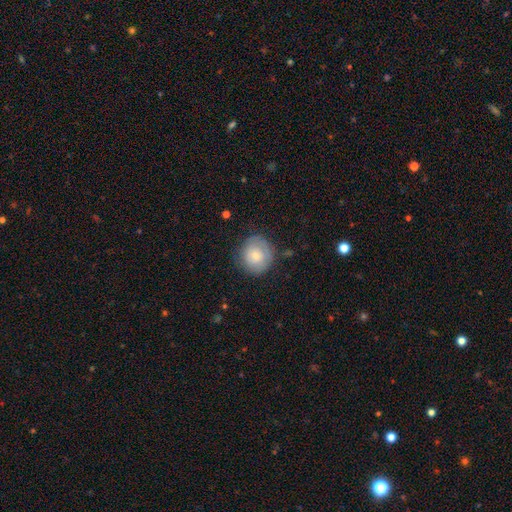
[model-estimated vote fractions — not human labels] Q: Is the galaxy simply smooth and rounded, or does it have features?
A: smooth — 66%.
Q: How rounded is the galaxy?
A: round — 91%.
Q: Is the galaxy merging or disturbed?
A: none — 76%.